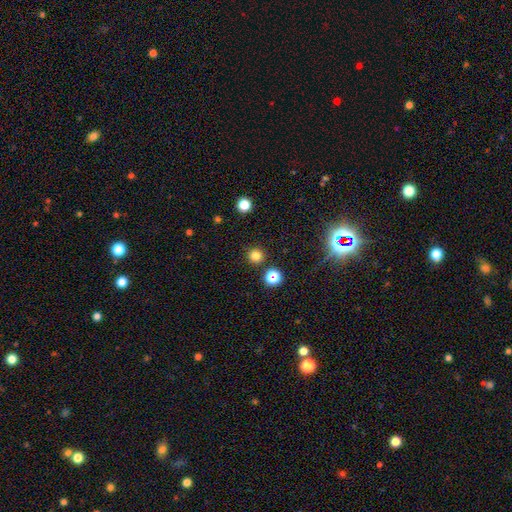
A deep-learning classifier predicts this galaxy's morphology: Q: Smooth or featured?
A: smooth (80%); runner-up: star or artifact (16%)
Q: How rounded?
A: round (95%); runner-up: in between (4%)
Q: Merging?
A: none (89%); runner-up: minor disturbance (5%)